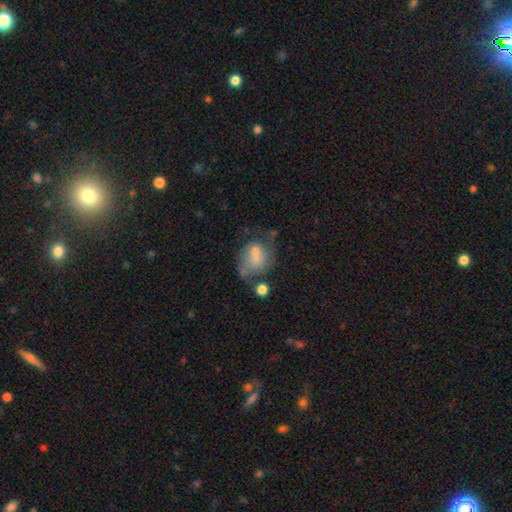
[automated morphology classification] This appears to be a smooth galaxy with no disk features (55%) that is round (56%). Merging: none (29%).